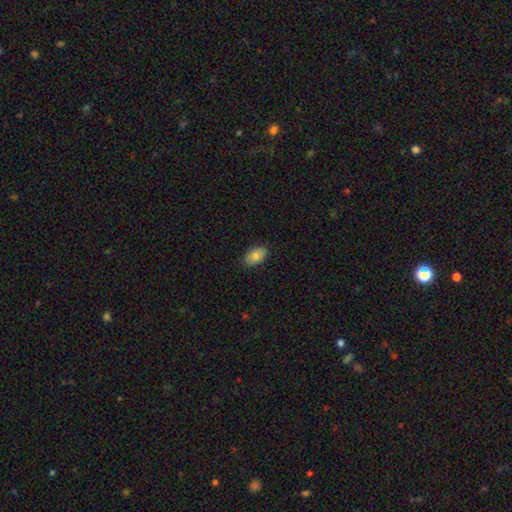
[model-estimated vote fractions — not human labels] Smooth or featured? smooth (81%)
How rounded? in between (92%)
Merging? none (85%)